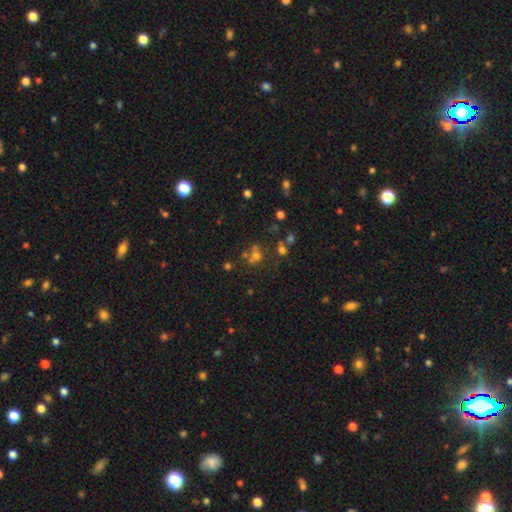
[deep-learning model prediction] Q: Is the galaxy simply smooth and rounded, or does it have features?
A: smooth — 52%.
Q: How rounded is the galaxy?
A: round — 69%.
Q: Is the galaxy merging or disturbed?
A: none — 45%.